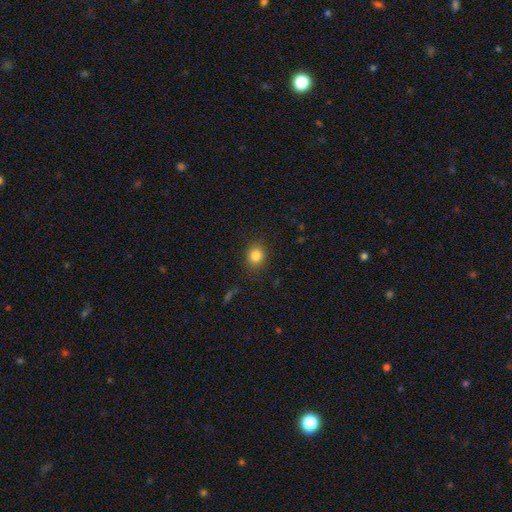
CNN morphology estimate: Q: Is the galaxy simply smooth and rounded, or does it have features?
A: smooth — 83%.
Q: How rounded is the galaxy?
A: round — 63%.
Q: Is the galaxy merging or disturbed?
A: none — 86%.